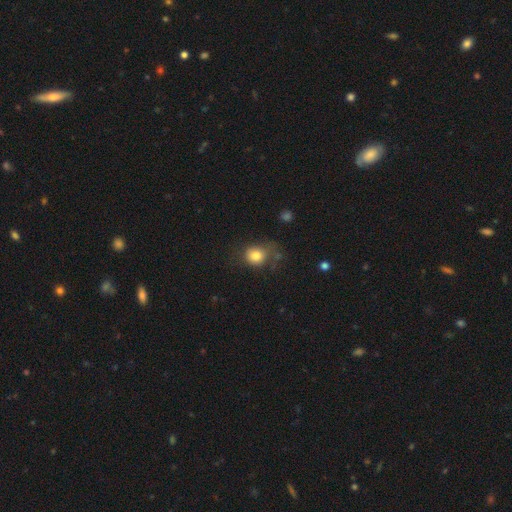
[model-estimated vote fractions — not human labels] This appears to be a smooth galaxy with no disk features (80%) that is round (74%). Merging: none (57%).